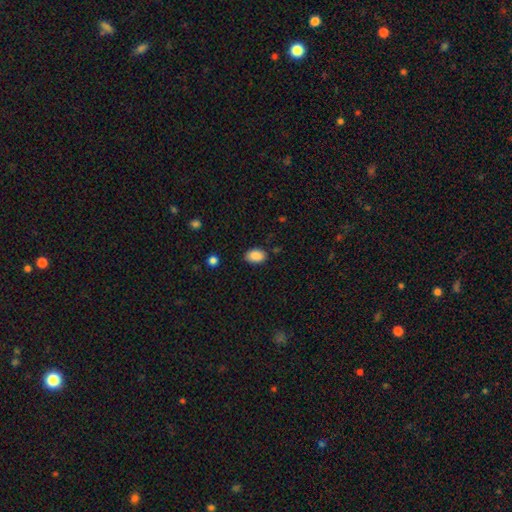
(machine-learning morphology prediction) Smooth or featured? smooth (89%)
How rounded? in between (86%)
Merging? none (83%)